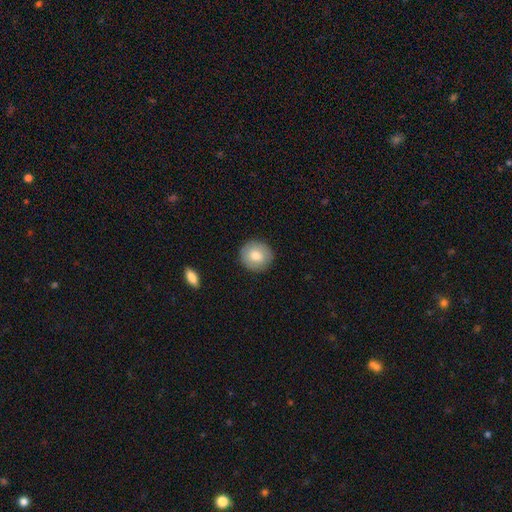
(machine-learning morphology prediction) Smooth or featured: smooth — 76% (featured or disk — 17%)
How rounded: round — 90% (in between — 9%)
Merging: none — 88% (minor disturbance — 8%)